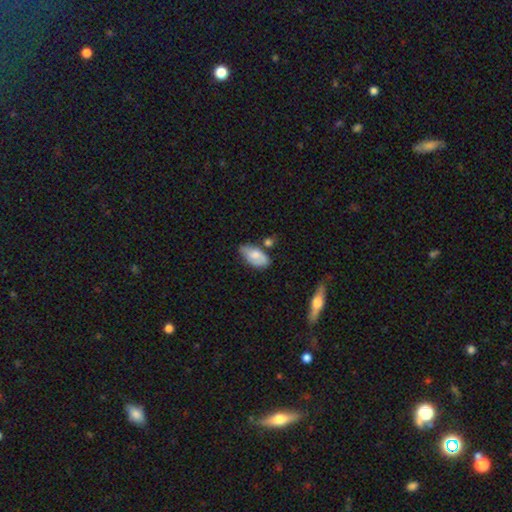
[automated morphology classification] A smooth galaxy with no disk features (67%) that is in between round and cigar-shaped (93%). Merging: none (48%).